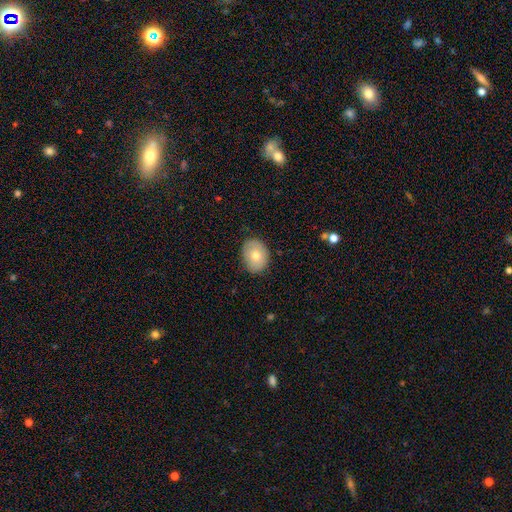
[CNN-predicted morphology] Smooth or featured? Predicted: smooth (p=0.72). How rounded? Predicted: in between (p=0.62). Merging? Predicted: none (p=0.83).